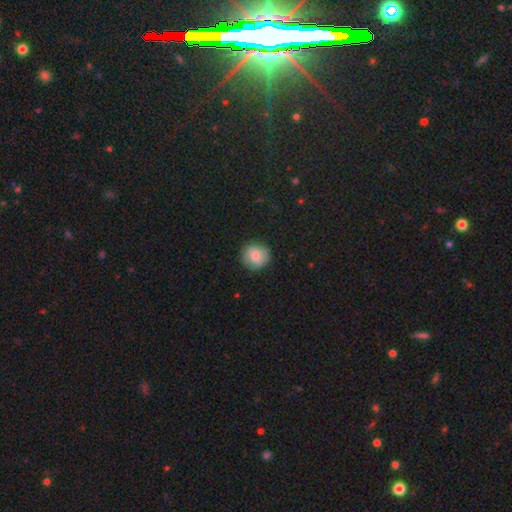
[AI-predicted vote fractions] This appears to be a smooth galaxy with no disk features (72%) that is round (91%). Merging: none (84%).